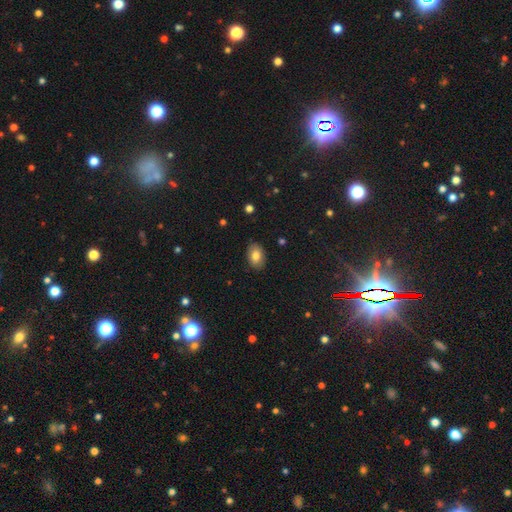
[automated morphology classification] Smooth or featured?
  - smooth: 80% *
  - featured or disk: 12%
  - star or artifact: 8%
How rounded?
  - in between: 86% *
  - round: 13%
  - cigar-shaped: 1%
Merging?
  - none: 87% *
  - minor disturbance: 10%
  - major disturbance: 2%
  - merger: 1%